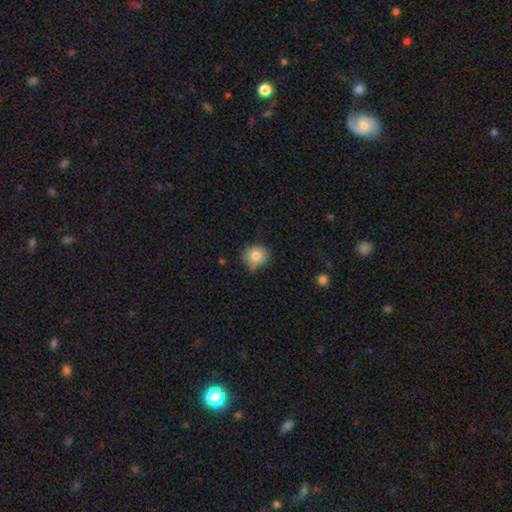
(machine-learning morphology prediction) type=smooth (83%); roundness=round (88%); merging=none (73%).